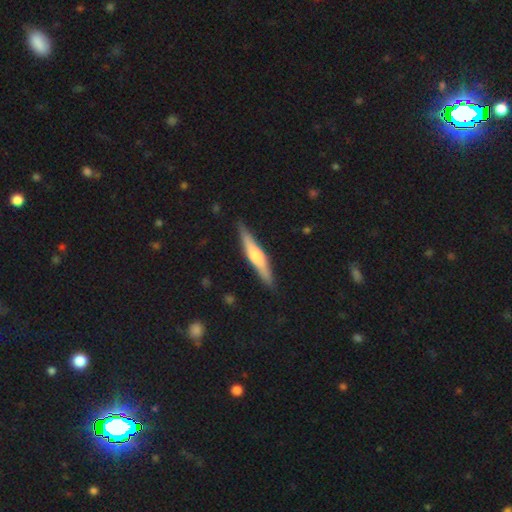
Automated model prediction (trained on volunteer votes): featured or disk 53%, smooth 41%, star or artifact 5%. Down the decision tree: edge-on disk — yes (95%); edge-on bulge — rounded (75%); merging — none (88%).